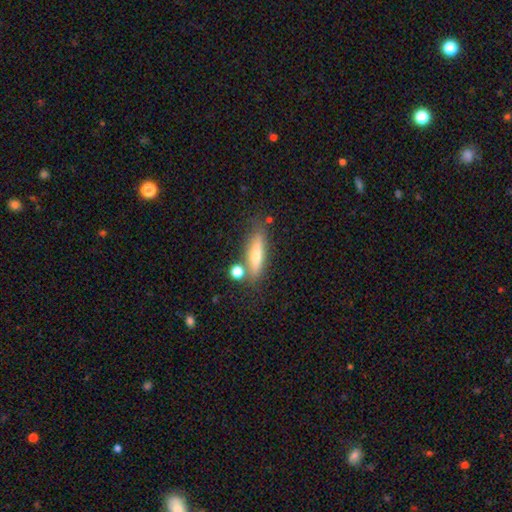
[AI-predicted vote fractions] smooth_or_featured: smooth (p=0.48) [alt: featured or disk p=0.44]
merging: none (p=0.74) [alt: minor disturbance p=0.14]